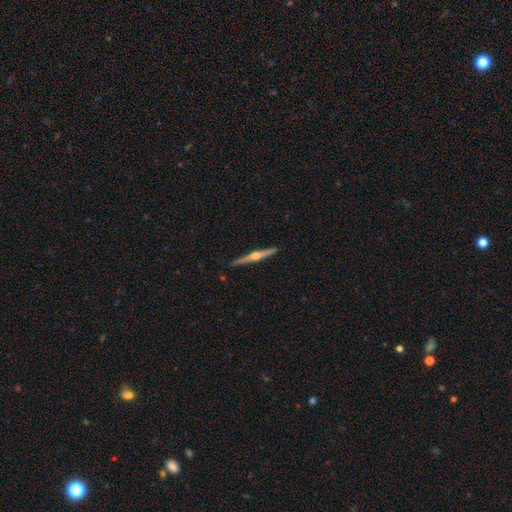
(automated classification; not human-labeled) This is likely a featured or disk galaxy (79%). It is clearly viewed edge-on (98%). Edge-on bulge: clearly rounded (93%). Merging: clearly none (91%).